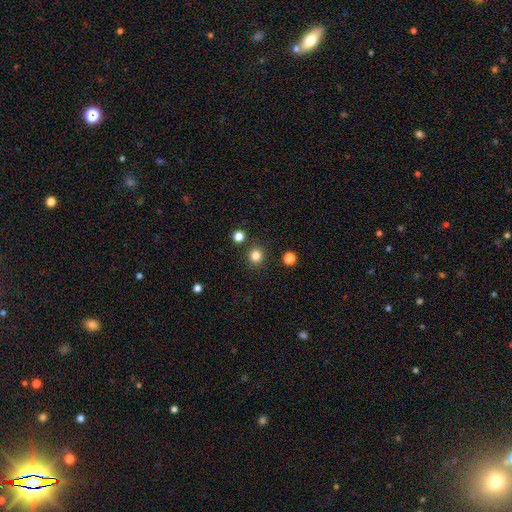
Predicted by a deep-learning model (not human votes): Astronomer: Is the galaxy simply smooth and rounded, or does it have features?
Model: smooth — 82%.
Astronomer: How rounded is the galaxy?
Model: round — 93%.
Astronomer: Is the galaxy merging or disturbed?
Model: none — 89%.